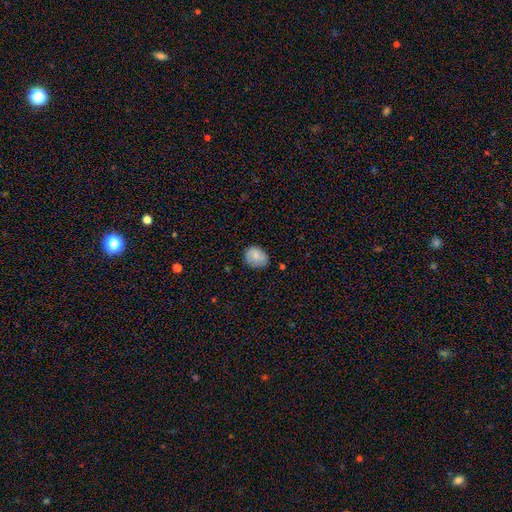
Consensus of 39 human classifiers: Smooth or featured? 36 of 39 (92%) said smooth. How rounded? 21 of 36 (58%) said in between. Merging? 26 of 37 (70%) said none.